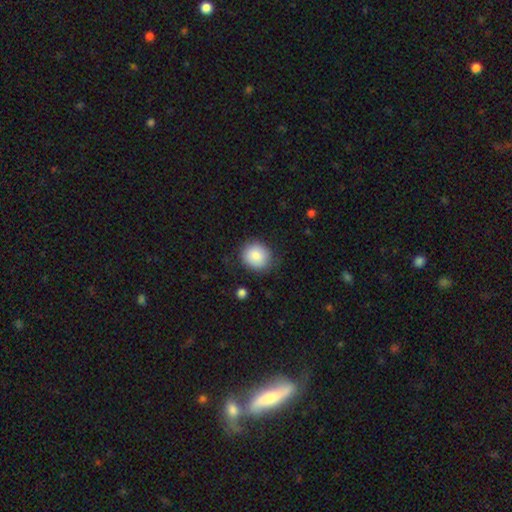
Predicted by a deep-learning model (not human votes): This is clearly a smooth galaxy (85%). How rounded: clearly round (83%). Merging: clearly none (82%).